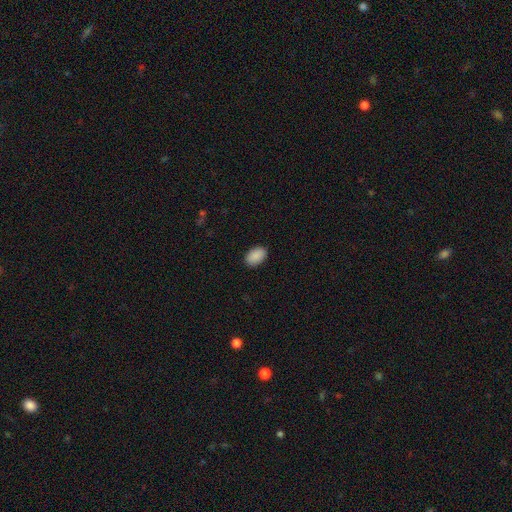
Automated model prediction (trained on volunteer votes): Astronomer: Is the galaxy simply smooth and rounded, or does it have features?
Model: smooth — 91%.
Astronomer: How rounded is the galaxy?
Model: in between — 89%.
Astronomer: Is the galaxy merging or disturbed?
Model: none — 89%.